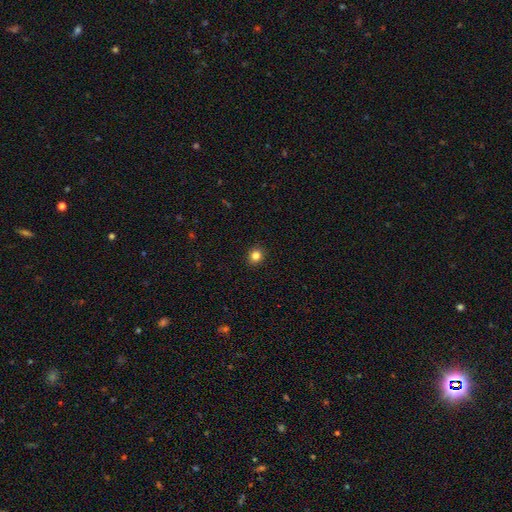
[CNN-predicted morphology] smooth-or-featured: smooth: 84% | star or artifact: 12% | featured or disk: 5%
  how-rounded: round: 87% | in between: 12% | cigar-shaped: 1%
  merging: none: 92% | minor disturbance: 5% | major disturbance: 2% | merger: 1%